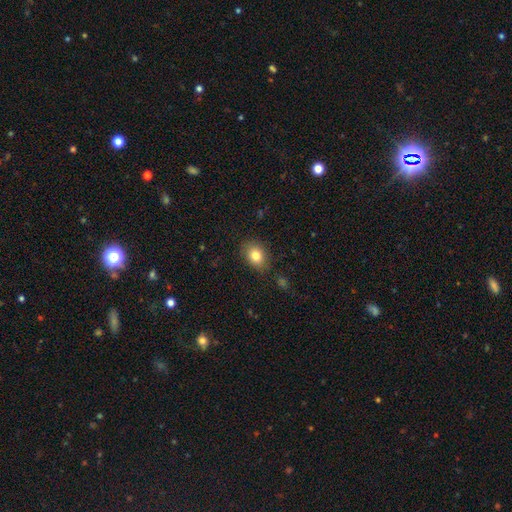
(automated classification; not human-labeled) Overall: smooth (82%). How rounded: in between (60%; round 39%). Merging: none (82%).